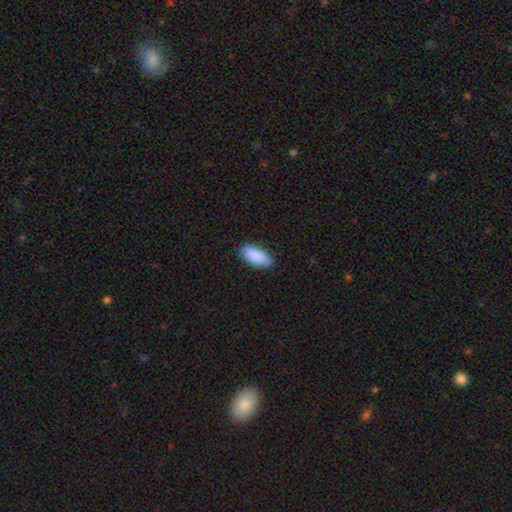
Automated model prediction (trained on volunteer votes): Smooth or featured?
  - smooth: 90% *
  - star or artifact: 6%
  - featured or disk: 4%
How rounded?
  - in between: 89% *
  - cigar-shaped: 9%
  - round: 2%
Merging?
  - none: 84% *
  - minor disturbance: 13%
  - major disturbance: 2%
  - merger: 1%